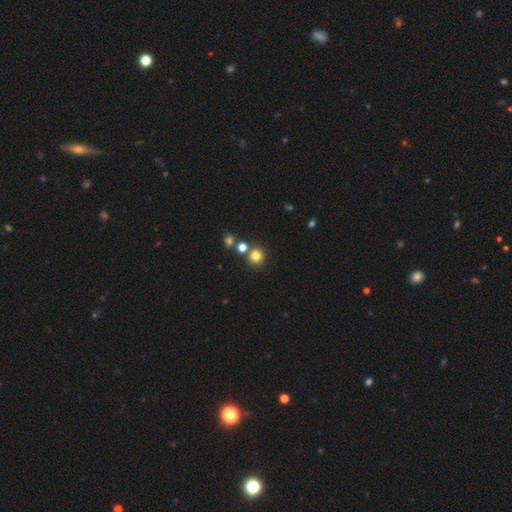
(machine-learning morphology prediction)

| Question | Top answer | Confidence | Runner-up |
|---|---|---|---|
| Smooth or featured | smooth | 78% | star or artifact (15%) |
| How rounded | round | 92% | in between (7%) |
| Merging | none | 75% | merger (14%) |